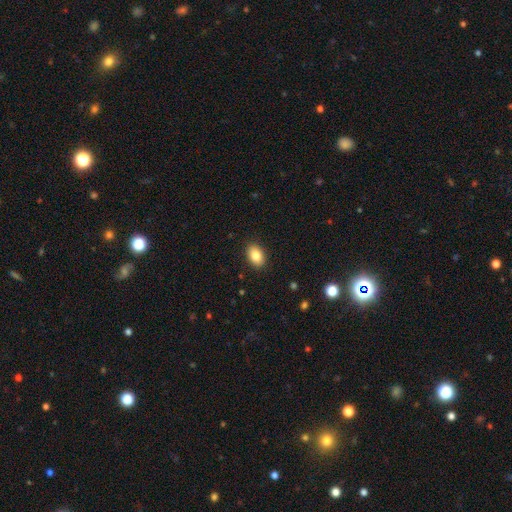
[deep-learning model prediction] Smooth or featured? smooth (84%)
How rounded? in between (84%)
Merging? none (89%)